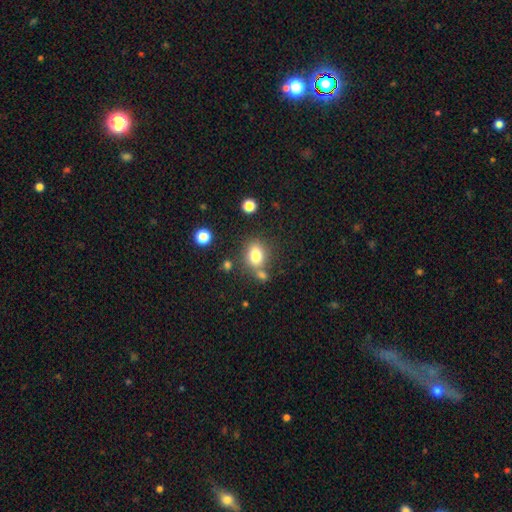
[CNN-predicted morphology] Overall: smooth (79%). How rounded: in between (52%; round 47%). Merging: none (62%).